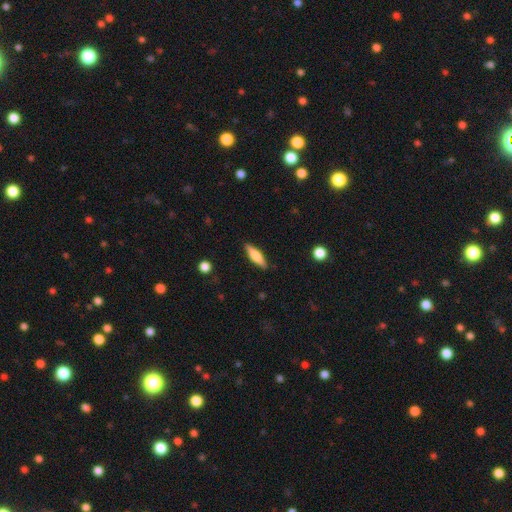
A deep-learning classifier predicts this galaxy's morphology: smooth 61%, featured or disk 33%, star or artifact 6%. Down the decision tree: how rounded — cigar-shaped (66%); merging — none (88%).